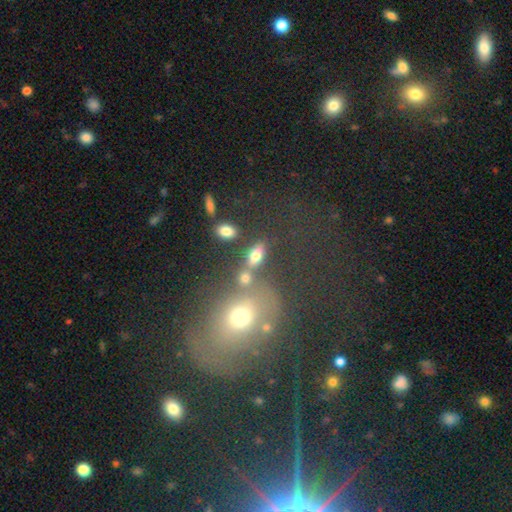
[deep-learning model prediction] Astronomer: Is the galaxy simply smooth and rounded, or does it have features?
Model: smooth — 71%.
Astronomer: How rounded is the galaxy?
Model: in between — 78%.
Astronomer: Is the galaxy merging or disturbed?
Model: none — 65%.